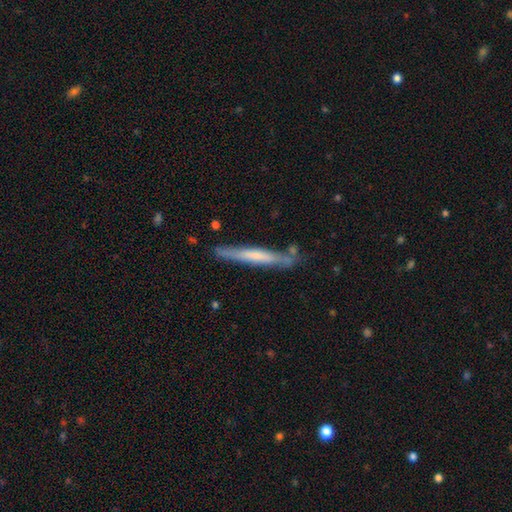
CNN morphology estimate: This is possibly a smooth galaxy (49%). Merging: likely none (76%).